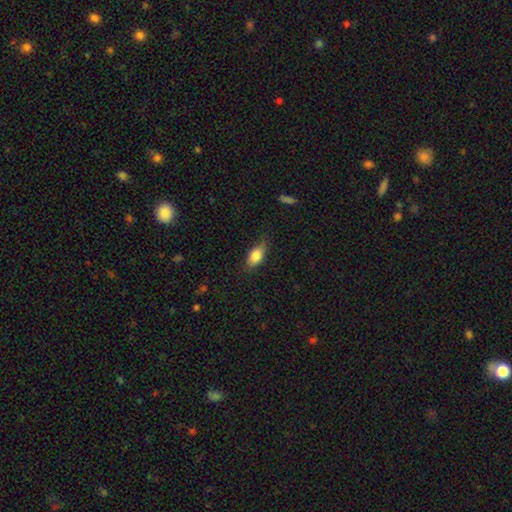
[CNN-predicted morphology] Smooth or featured? smooth (81%)
How rounded? in between (85%)
Merging? none (76%)